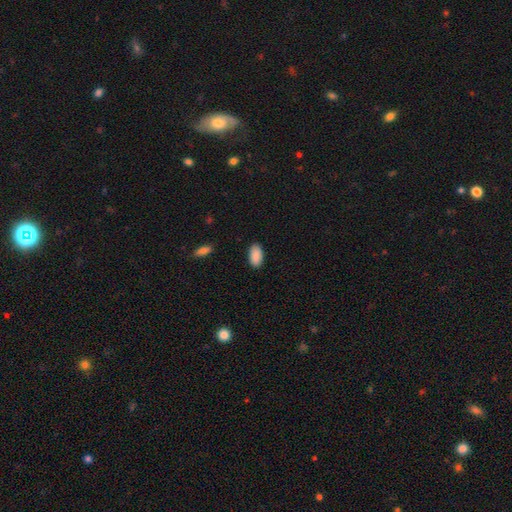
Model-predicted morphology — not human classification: smooth-or-featured: smooth: 90% | star or artifact: 7% | featured or disk: 3%
  how-rounded: in between: 94% | cigar-shaped: 3% | round: 3%
  merging: none: 88% | minor disturbance: 9% | major disturbance: 2% | merger: 1%